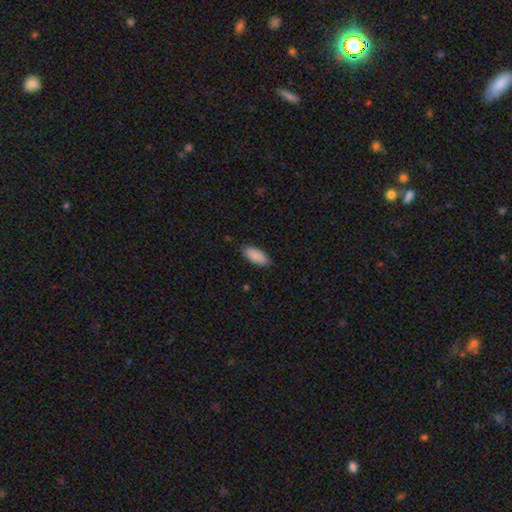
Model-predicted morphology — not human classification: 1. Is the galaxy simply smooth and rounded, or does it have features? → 90% smooth, 6% star or artifact, 4% featured or disk.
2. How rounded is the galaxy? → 86% in between, 12% cigar-shaped, 2% round.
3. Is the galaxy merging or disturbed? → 86% none, 11% minor disturbance, 2% major disturbance, 1% merger.